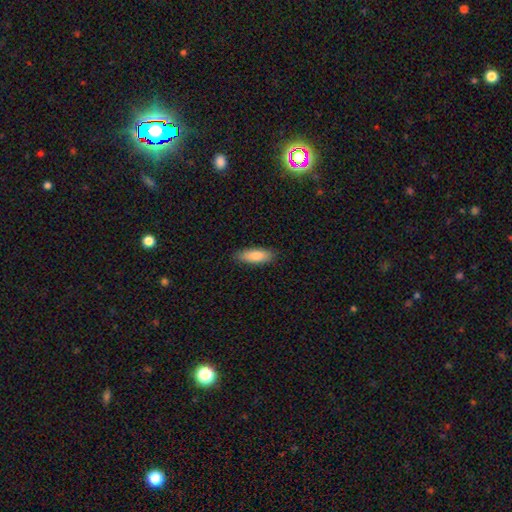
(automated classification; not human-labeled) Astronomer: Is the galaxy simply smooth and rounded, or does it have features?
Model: smooth — 81%.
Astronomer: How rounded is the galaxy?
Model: in between — 58% (runner-up: cigar-shaped, 40%).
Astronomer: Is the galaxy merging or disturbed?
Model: none — 86%.